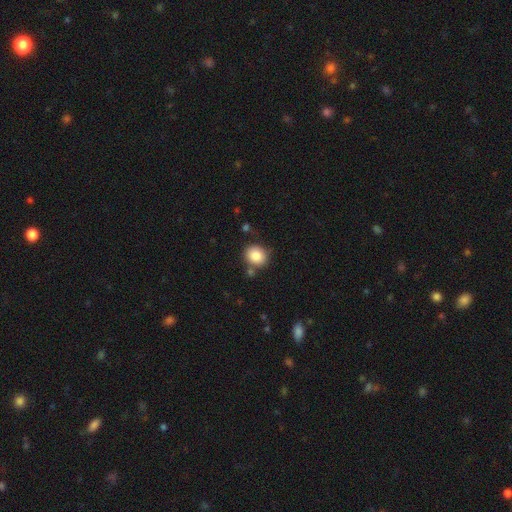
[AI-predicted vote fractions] smooth 85%, star or artifact 9%, featured or disk 6%. Down the decision tree: how rounded — round (75%); merging — none (76%).